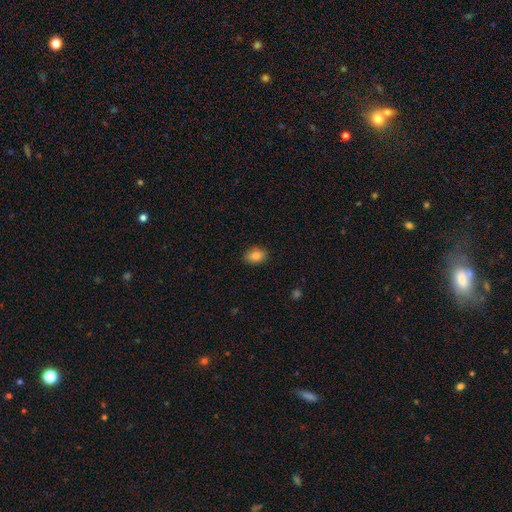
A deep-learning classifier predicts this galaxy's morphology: This is clearly a smooth galaxy (85%). How rounded: likely in between (71%). Merging: clearly none (86%).